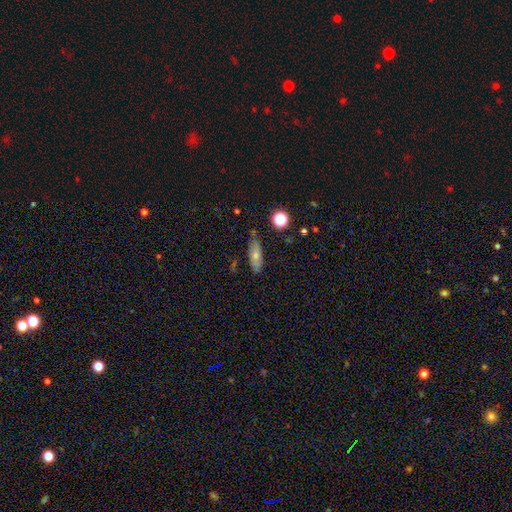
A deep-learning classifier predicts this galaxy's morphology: Smooth or featured? Predicted: smooth (p=0.66). How rounded? Predicted: in between (p=0.55). Merging? Predicted: none (p=0.75).